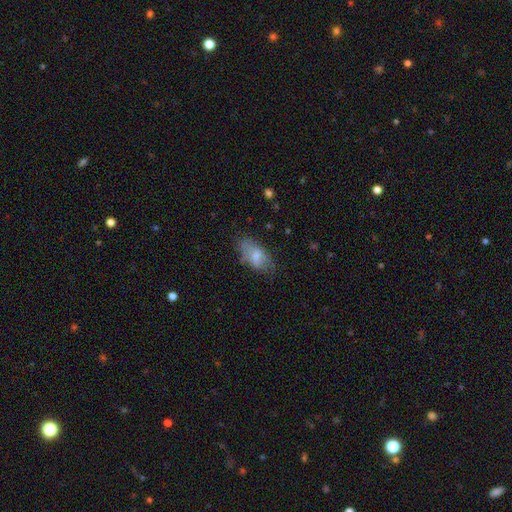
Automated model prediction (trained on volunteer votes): A smooth galaxy with no disk features (69%) that is in between round and cigar-shaped (90%). Merging: none (56%).